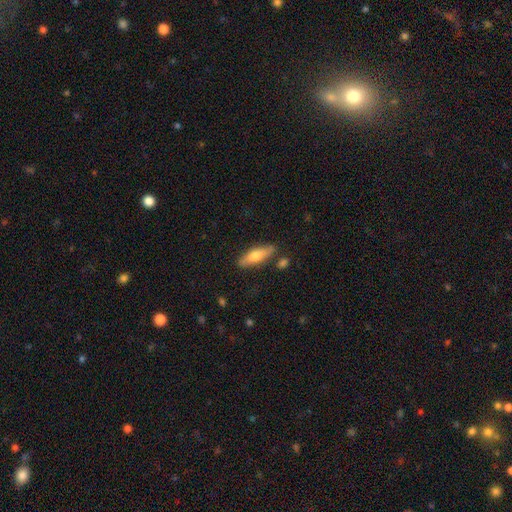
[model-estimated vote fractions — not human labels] This is likely a smooth galaxy (60%). How rounded: possibly cigar-shaped (53%). Merging: clearly none (83%).